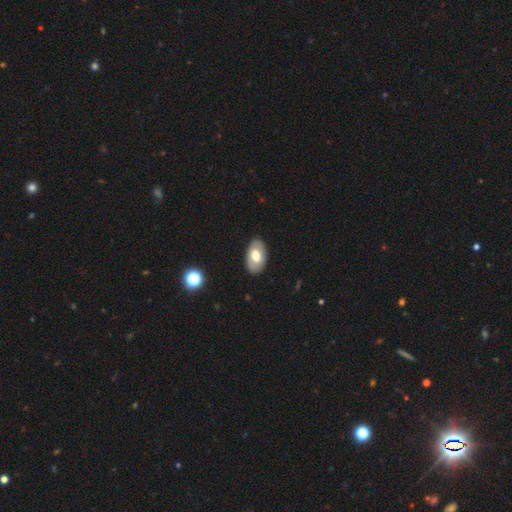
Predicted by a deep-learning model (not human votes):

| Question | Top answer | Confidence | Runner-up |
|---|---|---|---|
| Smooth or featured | smooth | 56% | featured or disk (38%) |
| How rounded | in between | 92% | round (7%) |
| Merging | none | 85% | minor disturbance (11%) |